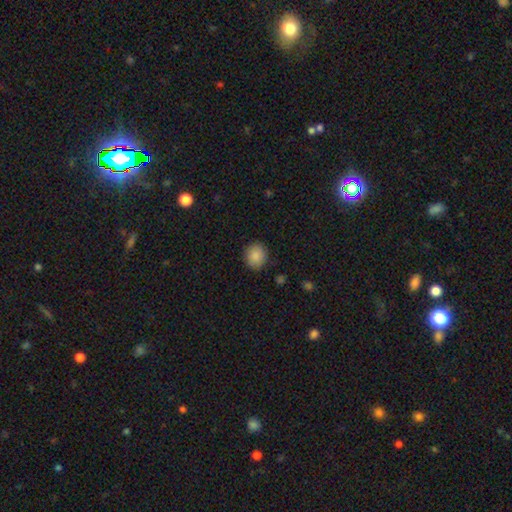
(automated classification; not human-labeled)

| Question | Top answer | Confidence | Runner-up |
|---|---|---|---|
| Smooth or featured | smooth | 88% | star or artifact (8%) |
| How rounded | round | 81% | in between (18%) |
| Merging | none | 88% | minor disturbance (8%) |